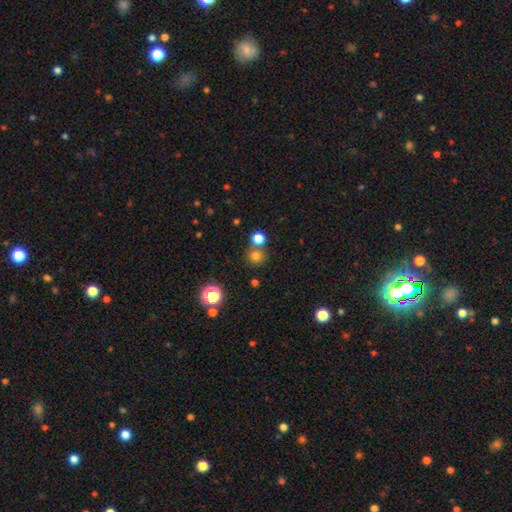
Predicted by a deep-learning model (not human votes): Morphology: type=smooth (73%); roundness=round (91%); merging=none (67%).